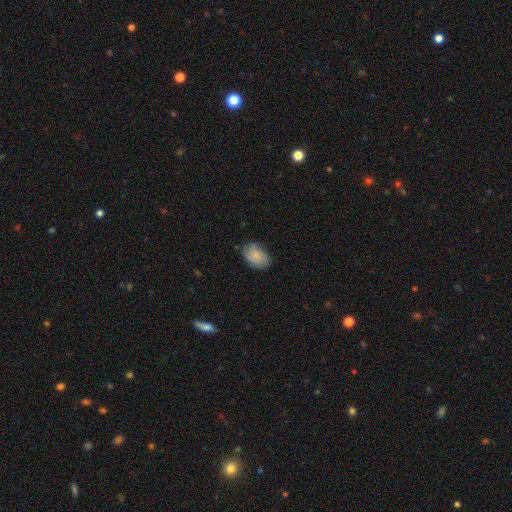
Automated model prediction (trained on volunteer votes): Overall: smooth (59%; featured or disk 33%). How rounded: in between (81%). Merging: none (67%).